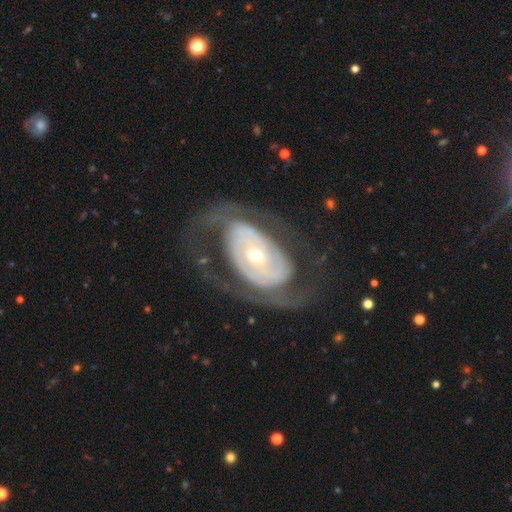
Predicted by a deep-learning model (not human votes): Overall: featured or disk (81%). Edge-on disk: no (94%). Bar: no (63%). Spiral arms: yes (68%; no 32%). Spiral arm count: 2 (63%). Spiral winding: tight (44%; medium 35%). Bulge size: small (52%; moderate 42%). Merging: none (60%; major disturbance 25%).